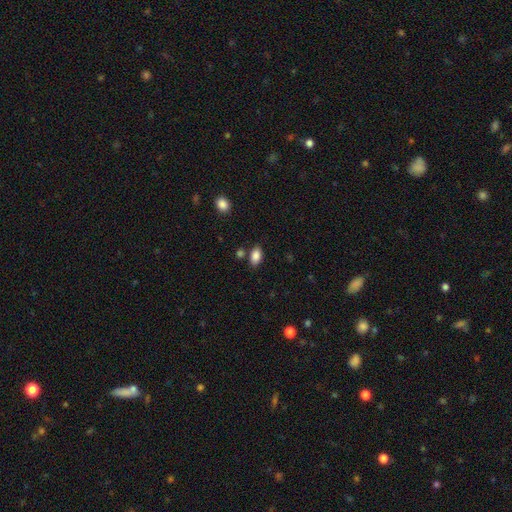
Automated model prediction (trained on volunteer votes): The model was most divided on "merging": none: 78%, minor disturbance: 12%, merger: 7%, major disturbance: 3%. More confident: how rounded — in between (91%); smooth or featured — smooth (87%).